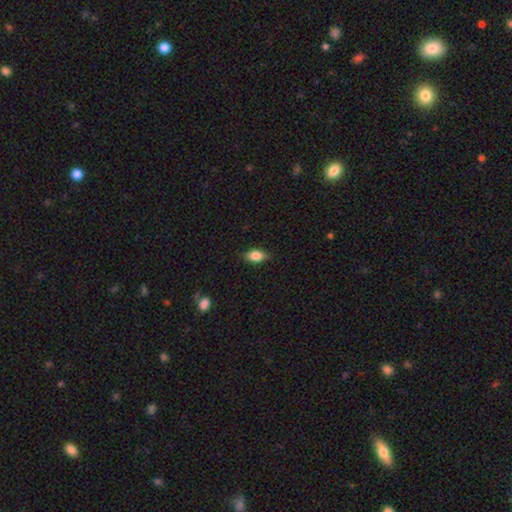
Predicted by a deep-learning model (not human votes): This appears to be a smooth galaxy with no disk features (79%) that is in between round and cigar-shaped (83%). Merging: none (82%).